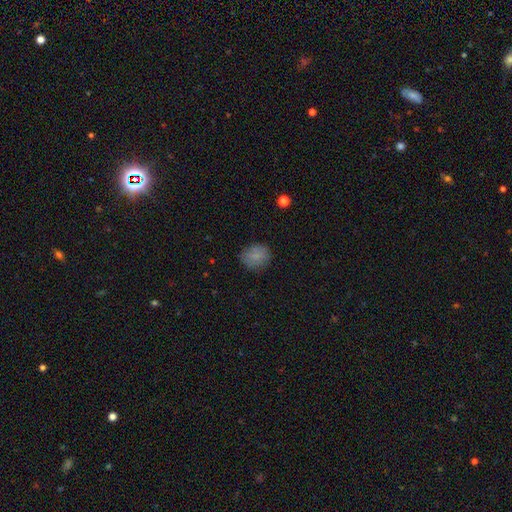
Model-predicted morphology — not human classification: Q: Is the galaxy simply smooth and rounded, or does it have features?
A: smooth — 82%.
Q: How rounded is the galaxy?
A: round — 66%.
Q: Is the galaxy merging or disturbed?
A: none — 81%.